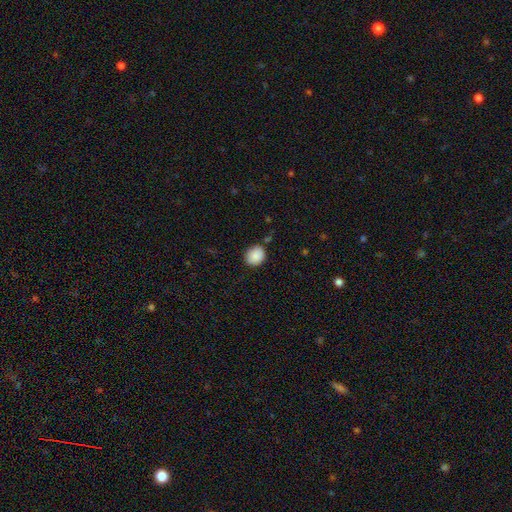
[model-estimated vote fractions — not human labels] smooth 88%, star or artifact 8%, featured or disk 4%. Down the decision tree: how rounded — round (65%); merging — none (80%).